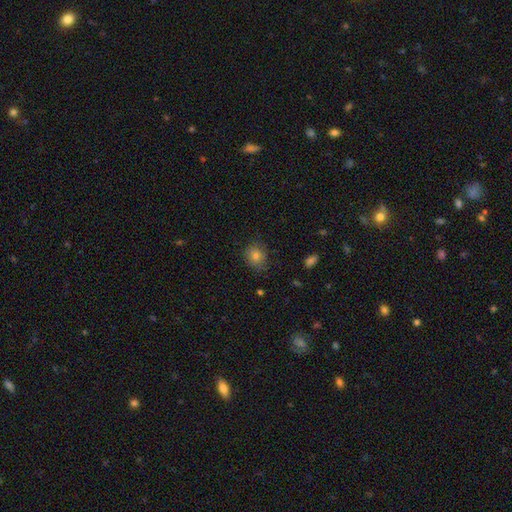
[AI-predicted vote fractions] Smooth or featured?
  - smooth: 79% *
  - star or artifact: 12%
  - featured or disk: 9%
How rounded?
  - round: 64% *
  - in between: 35%
  - cigar-shaped: 1%
Merging?
  - none: 79% *
  - minor disturbance: 16%
  - major disturbance: 4%
  - merger: 1%